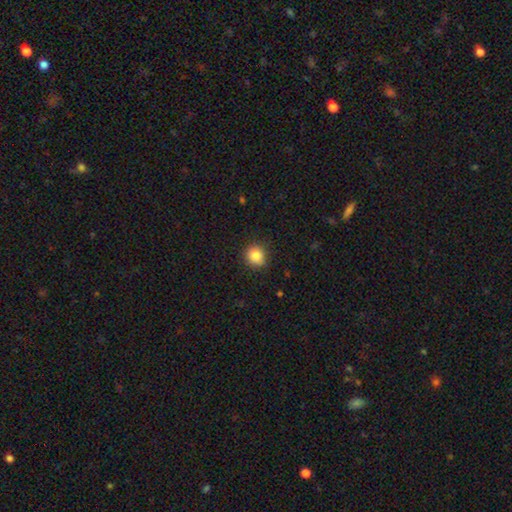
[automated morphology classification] Smooth or featured? Predicted: smooth (p=0.84). How rounded? Predicted: round (p=0.87). Merging? Predicted: none (p=0.84).